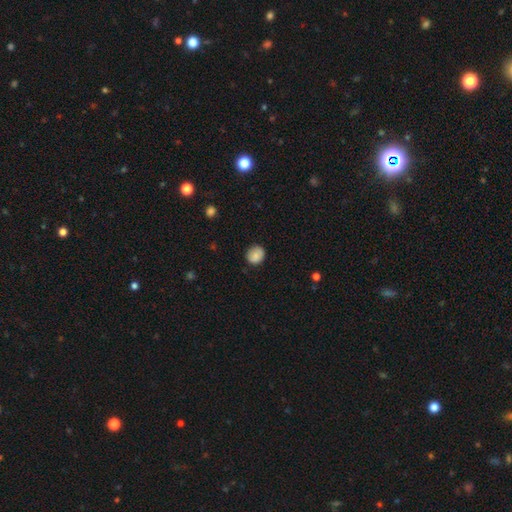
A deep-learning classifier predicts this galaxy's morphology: type=smooth (85%); roundness=round (77%); merging=none (80%).